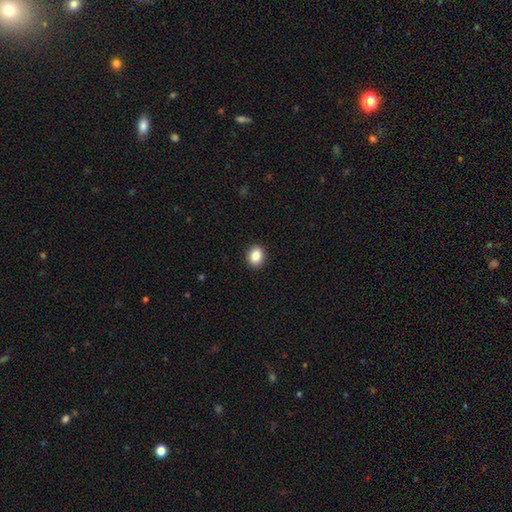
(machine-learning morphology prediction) Smooth or featured: smooth — 87% (star or artifact — 9%)
How rounded: in between — 52% (round — 47%)
Merging: none — 91% (minor disturbance — 6%)